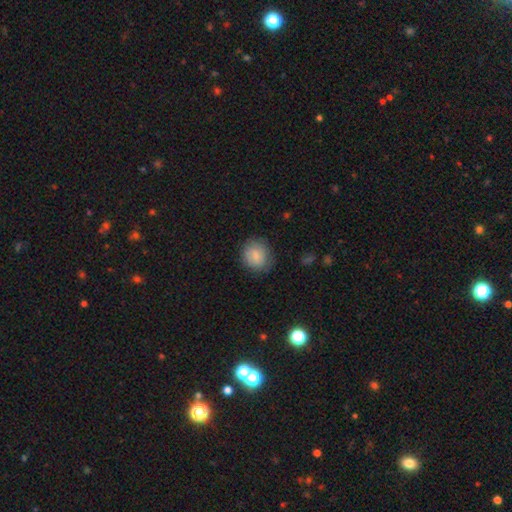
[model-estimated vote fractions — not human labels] A smooth galaxy with no disk features (84%) that is round (78%). Merging: none (80%).